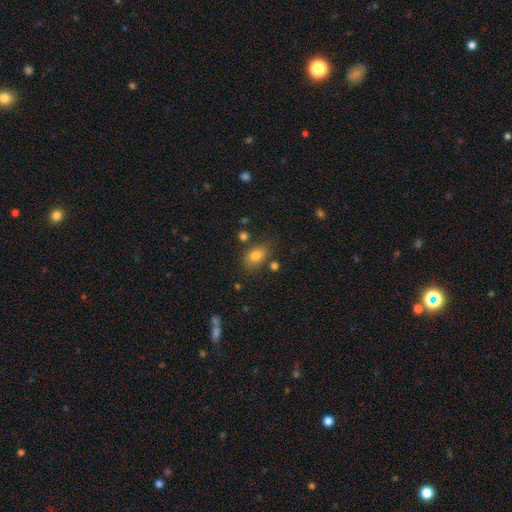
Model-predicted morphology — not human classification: A smooth galaxy with no disk features (79%) that is in between round and cigar-shaped (79%).

Vote fractions:
- Smooth or featured? smooth: 79% / star or artifact: 11% / featured or disk: 10%
- How rounded? in between: 79% / round: 20% / cigar-shaped: 2%
- Merging? none: 76% / minor disturbance: 14% / merger: 6% / major disturbance: 4%